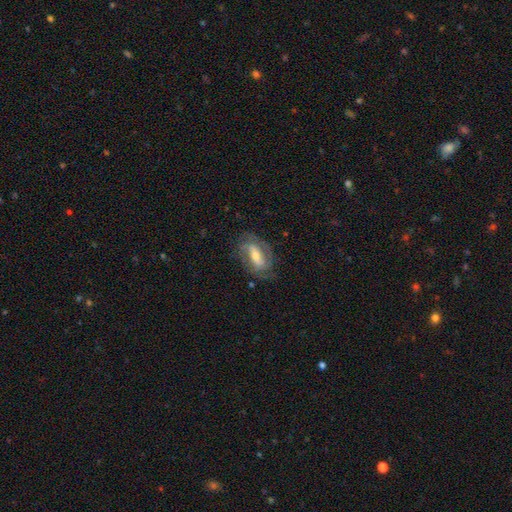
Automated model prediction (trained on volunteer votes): smooth_or_featured: featured or disk (p=0.77) [alt: smooth p=0.17]
disk_edge_on: no (p=0.93) [alt: yes p=0.07]
bar: strong (p=0.45) [alt: weak p=0.36]
has_spiral_arms: yes (p=0.88) [alt: no p=0.12]
spiral_winding: medium (p=0.43) [alt: tight p=0.39]
spiral_arm_count: 2 (p=0.70) [alt: can't tell p=0.15]
bulge_size: moderate (p=0.54) [alt: small p=0.37]
merging: none (p=0.71) [alt: minor disturbance p=0.18]